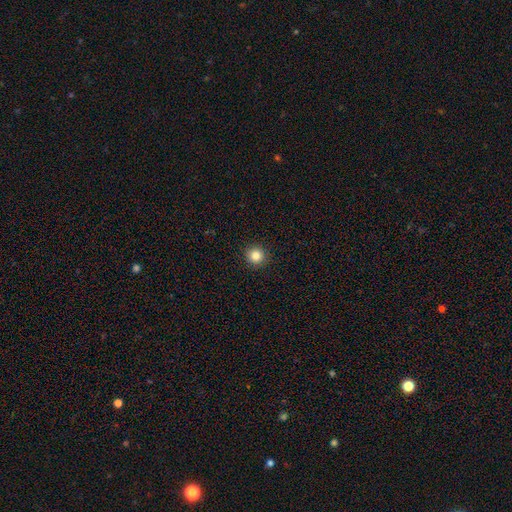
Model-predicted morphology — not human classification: Smooth or featured? smooth (83%)
How rounded? round (95%)
Merging? none (93%)